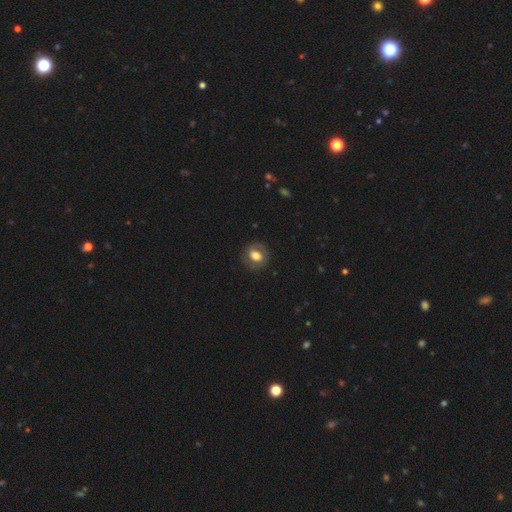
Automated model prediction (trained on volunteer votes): smooth_or_featured: smooth (p=0.65) [alt: featured or disk p=0.27]
how_rounded: in between (p=0.51) [alt: round p=0.48]
merging: none (p=0.81) [alt: minor disturbance p=0.12]